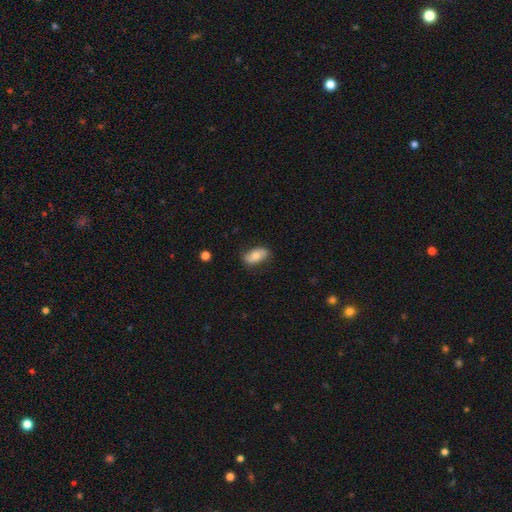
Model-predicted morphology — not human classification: Smooth or featured? Predicted: smooth (p=0.70). How rounded? Predicted: in between (p=0.91). Merging? Predicted: none (p=0.80).